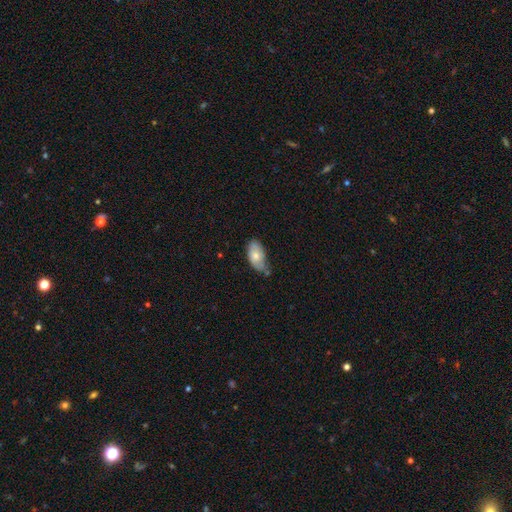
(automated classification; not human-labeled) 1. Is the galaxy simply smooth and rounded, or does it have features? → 69% smooth, 25% featured or disk, 7% star or artifact.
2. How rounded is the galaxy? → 93% in between, 4% round, 3% cigar-shaped.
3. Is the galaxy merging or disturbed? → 45% none, 39% minor disturbance, 8% major disturbance, 8% merger.